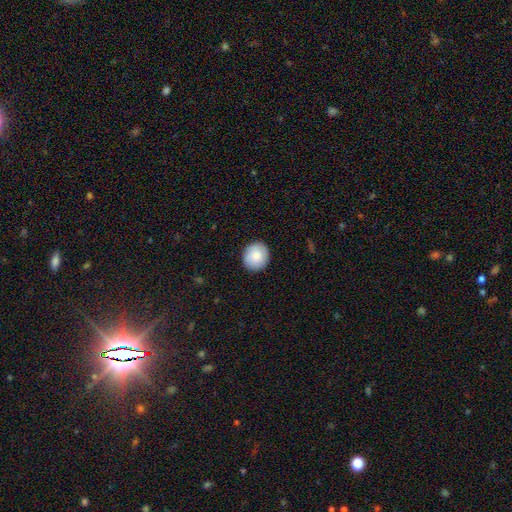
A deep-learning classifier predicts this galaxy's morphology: Smooth or featured? smooth (86%)
How rounded? round (84%)
Merging? none (90%)